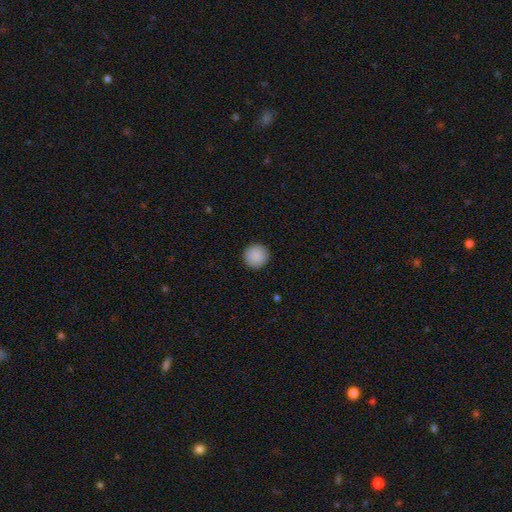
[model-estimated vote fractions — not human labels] smooth 90%, star or artifact 7%, featured or disk 3%. Down the decision tree: how rounded — round (96%); merging — none (92%).